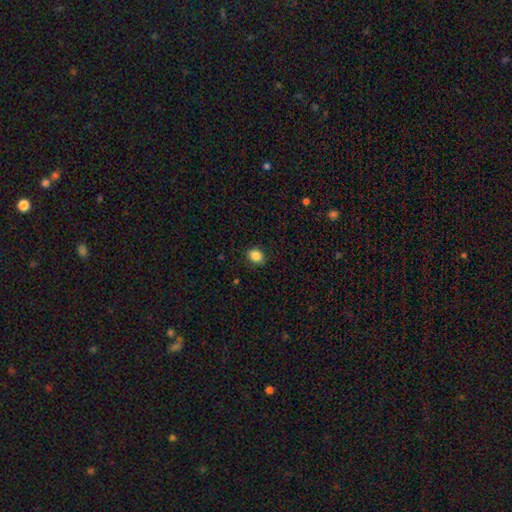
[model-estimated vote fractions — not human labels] smooth_or_featured: smooth (p=0.86) [alt: star or artifact p=0.09]
how_rounded: in between (p=0.50) [alt: round p=0.49]
merging: none (p=0.87) [alt: minor disturbance p=0.09]